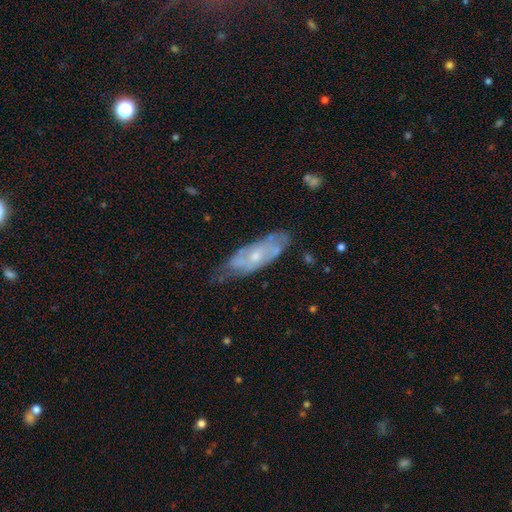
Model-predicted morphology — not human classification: A featured or disk galaxy (65%) with no bar (75%), spiral arms (64%) and a small central bulge (55%).

Vote fractions:
- Smooth or featured? featured or disk: 65% / smooth: 29% / star or artifact: 7%
- Edge-on disk? no: 81% / yes: 19%
- Bar? no: 75% / weak: 21% / strong: 4%
- Spiral arms? yes: 64% / no: 36%
- Bulge size? small: 55% / moderate: 40% / none: 2% / large: 1% / dominant: 1%
- Merging? none: 56% / minor disturbance: 32% / major disturbance: 9% / merger: 3%